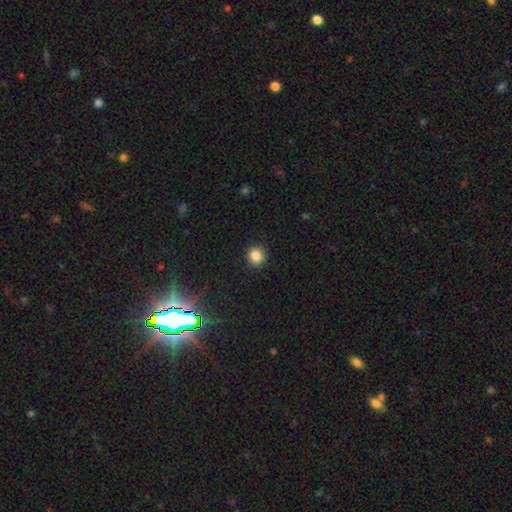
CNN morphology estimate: This appears to be a smooth galaxy with no disk features (85%) that is round (91%). Merging: none (91%).